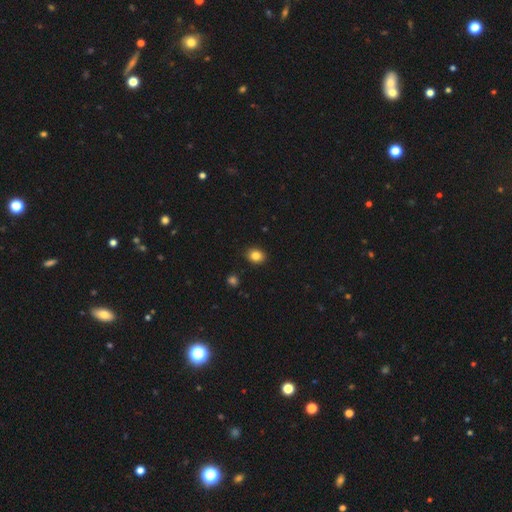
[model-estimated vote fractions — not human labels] A smooth galaxy with no disk features (84%) that is round (56%). Merging: none (90%).